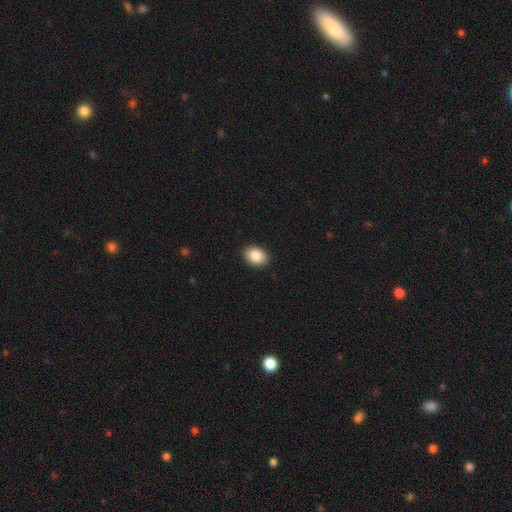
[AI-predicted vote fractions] Q: Smooth or featured?
A: smooth (88%); runner-up: star or artifact (7%)
Q: How rounded?
A: in between (71%); runner-up: round (28%)
Q: Merging?
A: none (91%); runner-up: minor disturbance (7%)